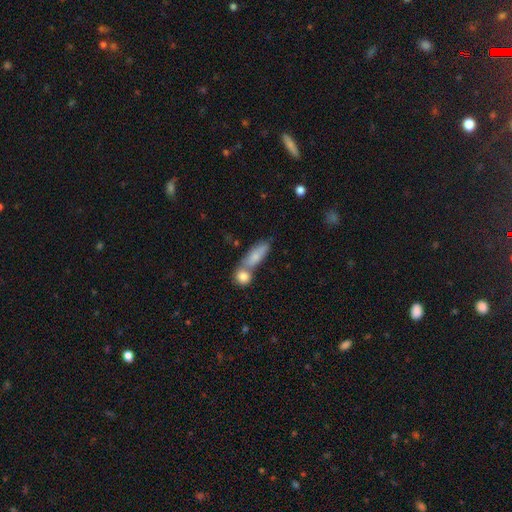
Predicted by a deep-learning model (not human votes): smooth-or-featured: smooth: 78% | featured or disk: 15% | star or artifact: 7%
  how-rounded: in between: 60% | cigar-shaped: 33% | round: 7%
  merging: merger: 46% | none: 38% | minor disturbance: 11% | major disturbance: 5%